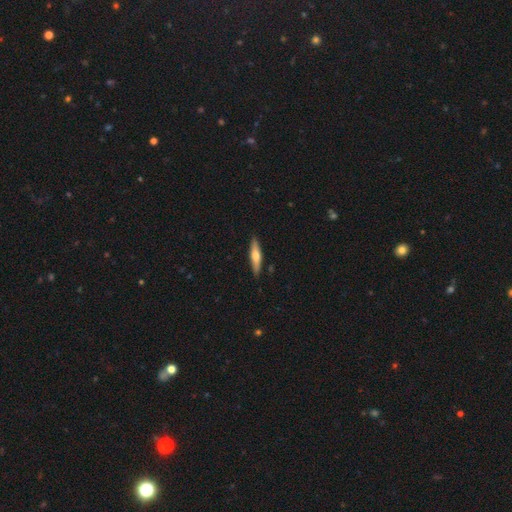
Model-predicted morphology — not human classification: Smooth or featured: smooth — 54% (featured or disk — 41%)
How rounded: cigar-shaped — 81% (in between — 17%)
Merging: none — 89% (minor disturbance — 9%)